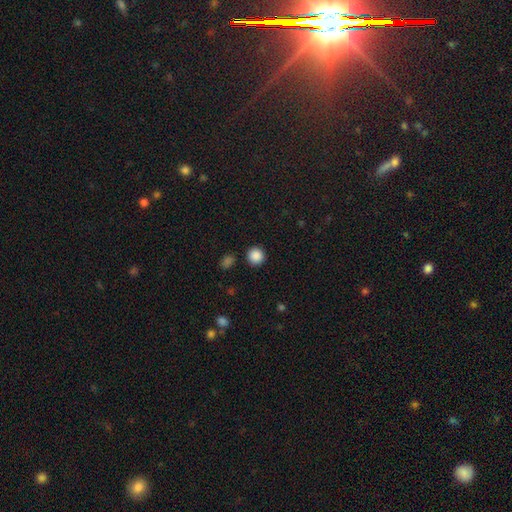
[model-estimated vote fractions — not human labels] Smooth or featured?
  - smooth: 87% *
  - star or artifact: 10%
  - featured or disk: 3%
How rounded?
  - round: 94% *
  - in between: 5%
  - cigar-shaped: 1%
Merging?
  - none: 90% *
  - minor disturbance: 6%
  - merger: 2%
  - major disturbance: 2%